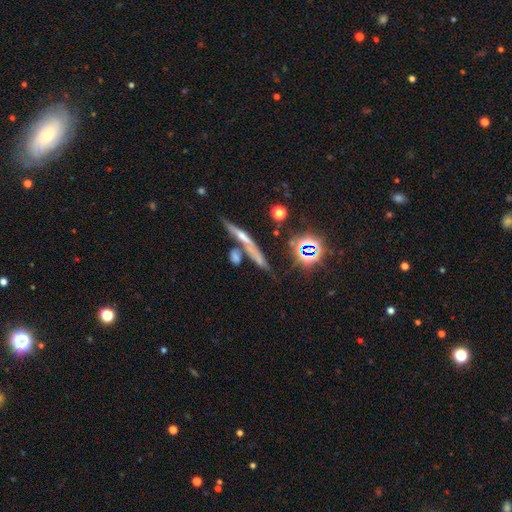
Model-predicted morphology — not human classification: type=smooth (39%); merging=none (56%).